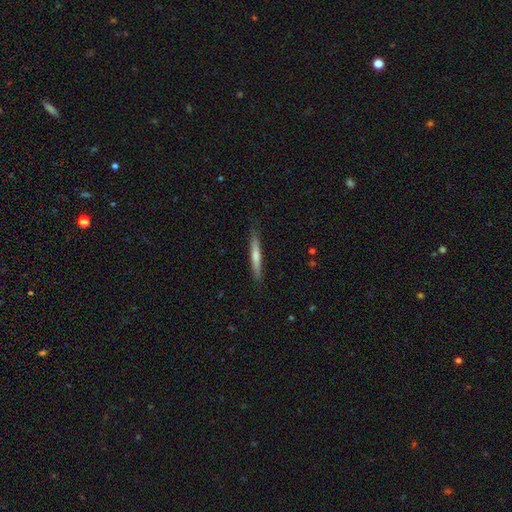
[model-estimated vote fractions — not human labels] Overall: featured or disk (49%; smooth 45%). Merging: none (88%).